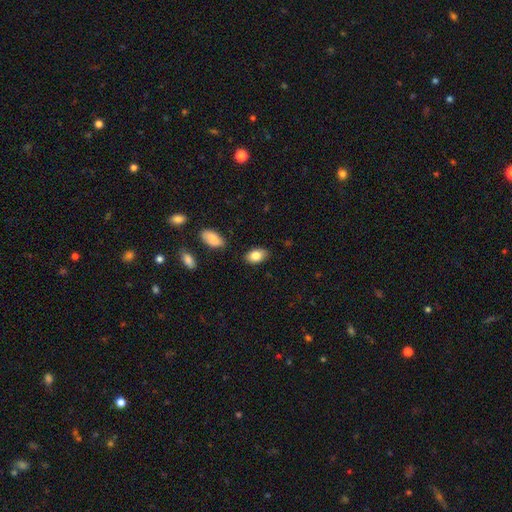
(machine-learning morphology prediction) This is clearly a smooth galaxy (82%). How rounded: clearly in between (89%). Merging: clearly none (84%).